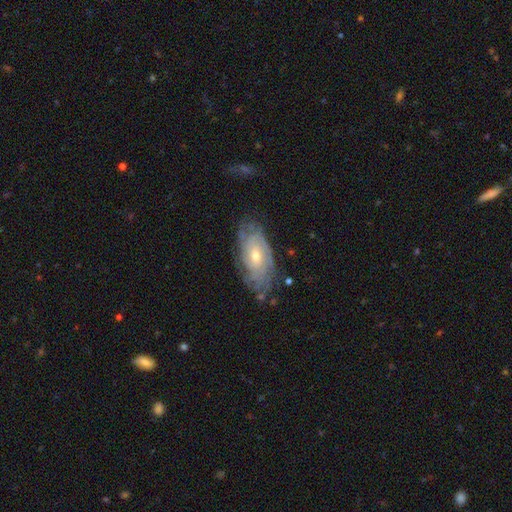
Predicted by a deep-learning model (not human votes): This appears to be a featured or disk galaxy (80%) with no bar (68%), tight (72%) spiral arms (93%) and a moderate central bulge (49%). Merging: none (73%).